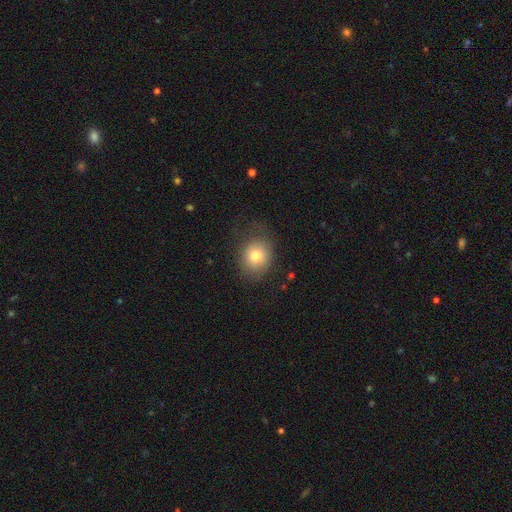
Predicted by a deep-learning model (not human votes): Smooth or featured: smooth — 76% (featured or disk — 13%)
How rounded: round — 64% (in between — 35%)
Merging: none — 68% (minor disturbance — 20%)